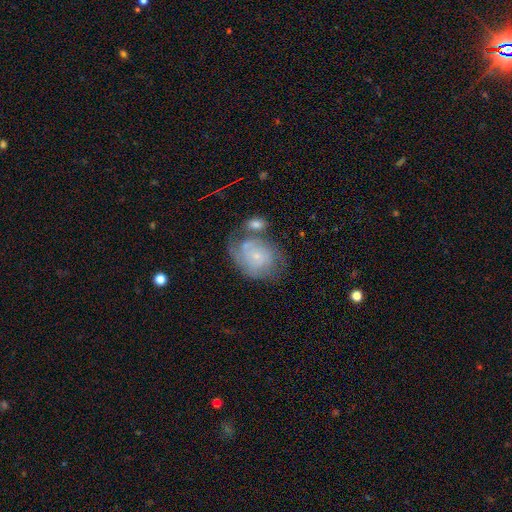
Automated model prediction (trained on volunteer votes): smooth-or-featured: featured or disk: 63% | smooth: 30% | star or artifact: 7%
  disk-edge-on: no: 97% | yes: 3%
    bar: no: 77% | weak: 20% | strong: 3%
    has-spiral-arms: yes: 82% | no: 18%
      spiral-winding: tight: 55% | medium: 32% | loose: 13%
      spiral-arm-count: can't tell: 42% | 2: 31% | 3: 12% | 1: 7% | 4: 5% | more than 4: 4%
    bulge-size: small: 80% | moderate: 13% | none: 5% | large: 1% | dominant: 1%
  merging: none: 42% | minor disturbance: 22% | merger: 20% | major disturbance: 15%